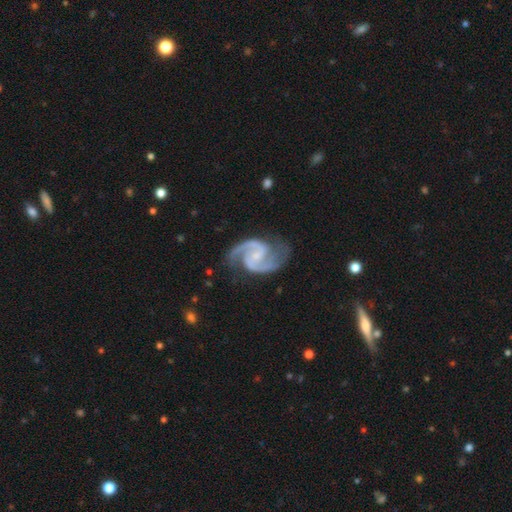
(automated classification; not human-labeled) This is clearly a featured or disk galaxy (94%). It is clearly not viewed edge-on (98%). Bar: possibly weak (48%). Spiral arm pattern: clearly yes (99%). Spiral arm count: clearly 2 (94%). Spiral winding: likely medium (64%). Central bulge: possibly small (52%). Merging: likely none (74%).